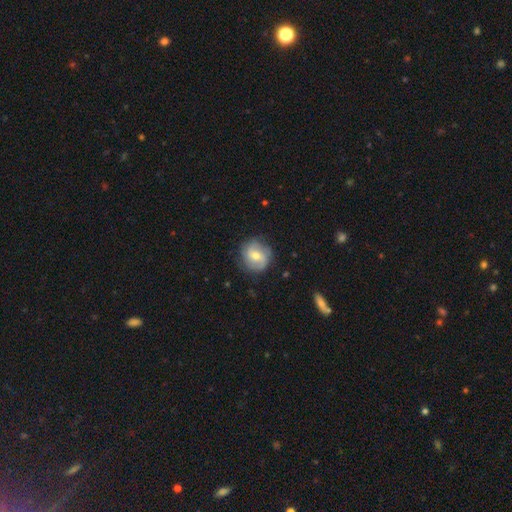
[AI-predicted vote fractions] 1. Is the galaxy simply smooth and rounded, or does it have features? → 57% featured or disk, 36% smooth, 7% star or artifact.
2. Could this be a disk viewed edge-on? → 97% no, 3% yes.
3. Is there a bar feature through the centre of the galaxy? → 45% weak, 43% no, 12% strong.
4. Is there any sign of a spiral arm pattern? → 83% yes, 17% no.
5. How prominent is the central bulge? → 56% moderate, 39% small, 2% large, 1% none, 1% dominant.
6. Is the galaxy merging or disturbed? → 79% none, 15% minor disturbance, 5% major disturbance, 1% merger.